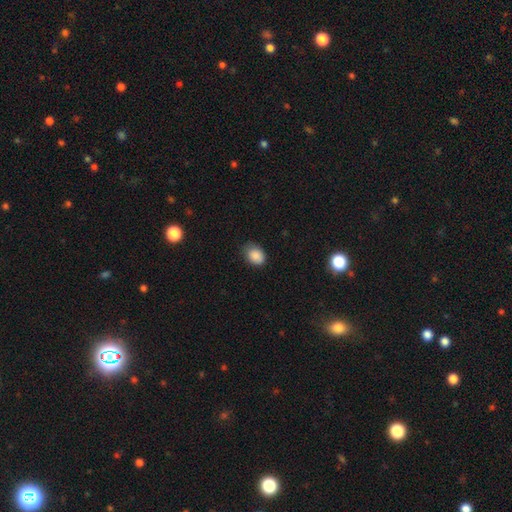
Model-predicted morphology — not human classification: Smooth or featured? Predicted: smooth (p=0.86). How rounded? Predicted: in between (p=0.65). Merging? Predicted: none (p=0.70).